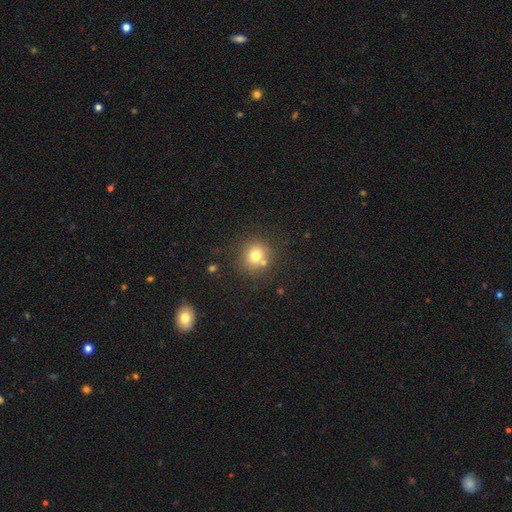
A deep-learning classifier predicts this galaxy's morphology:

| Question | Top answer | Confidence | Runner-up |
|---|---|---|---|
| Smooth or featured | smooth | 75% | star or artifact (14%) |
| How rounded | round | 88% | in between (11%) |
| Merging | none | 73% | merger (13%) |